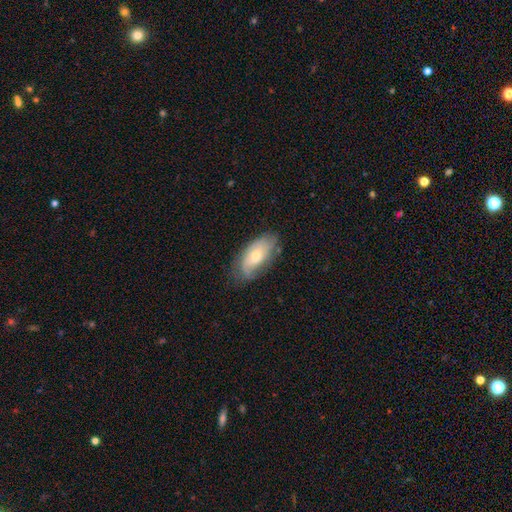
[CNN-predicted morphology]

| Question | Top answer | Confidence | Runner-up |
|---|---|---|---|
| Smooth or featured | smooth | 52% | featured or disk (41%) |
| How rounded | in between | 90% | cigar-shaped (7%) |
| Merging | none | 62% | minor disturbance (28%) |